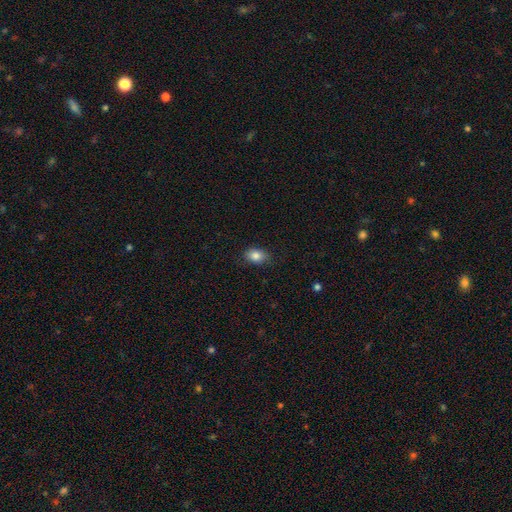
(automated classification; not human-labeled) smooth-or-featured: smooth: 84% | star or artifact: 9% | featured or disk: 7%
  how-rounded: in between: 72% | round: 26% | cigar-shaped: 1%
  merging: none: 83% | minor disturbance: 14% | major disturbance: 3% | merger: 1%